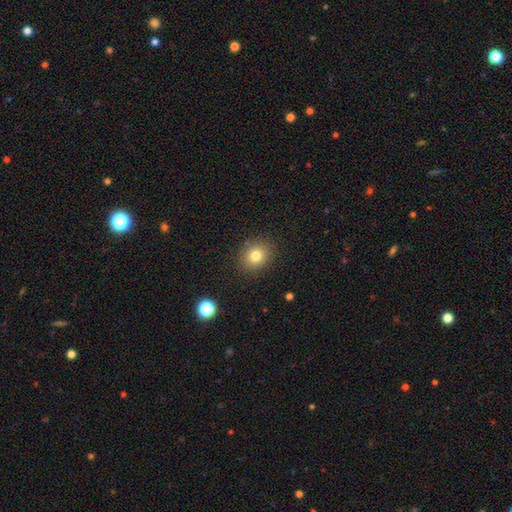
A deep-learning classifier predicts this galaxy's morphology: Overall: smooth (79%). How rounded: round (68%; in between 31%). Merging: none (87%).